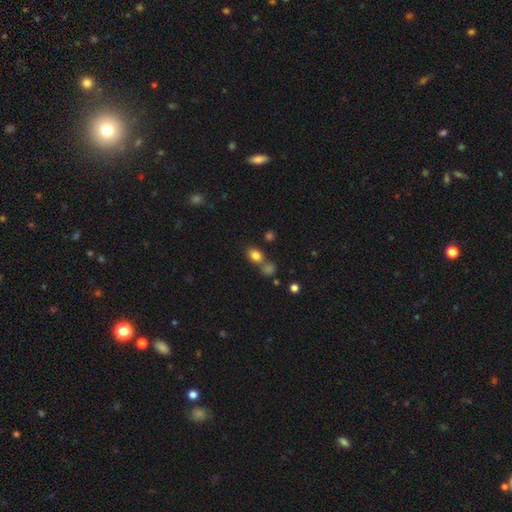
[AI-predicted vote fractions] Morphology: type=smooth (81%); roundness=in between (61%); merging=none (55%).